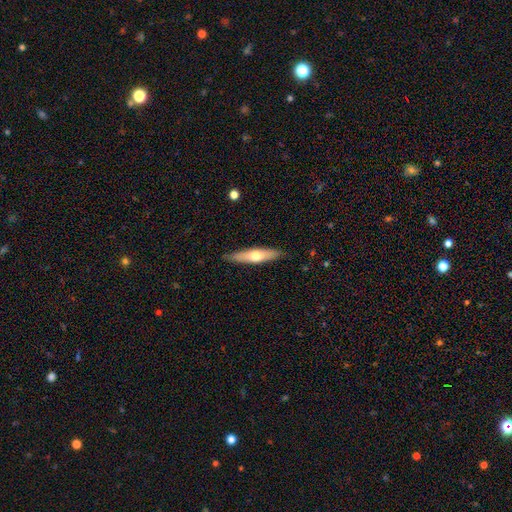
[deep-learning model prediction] The model was most divided on "smooth or featured": smooth: 52%, featured or disk: 43%, star or artifact: 5%. More confident: merging — none (87%); how rounded — cigar-shaped (79%).